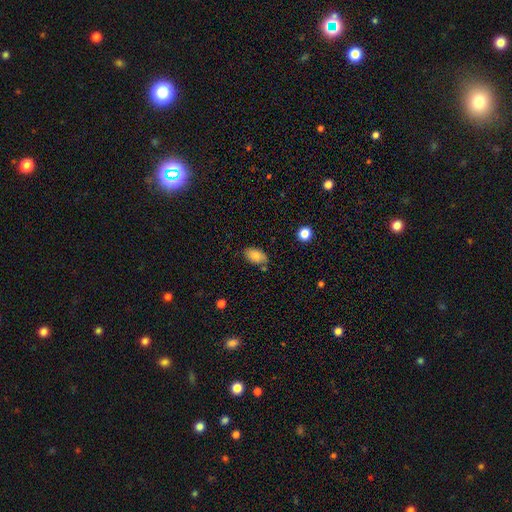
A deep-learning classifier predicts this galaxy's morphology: A smooth galaxy with no disk features (81%) that is in between round and cigar-shaped (91%).

Vote fractions:
- Smooth or featured? smooth: 81% / featured or disk: 11% / star or artifact: 8%
- How rounded? in between: 91% / round: 7% / cigar-shaped: 2%
- Merging? none: 74% / minor disturbance: 18% / merger: 5% / major disturbance: 3%